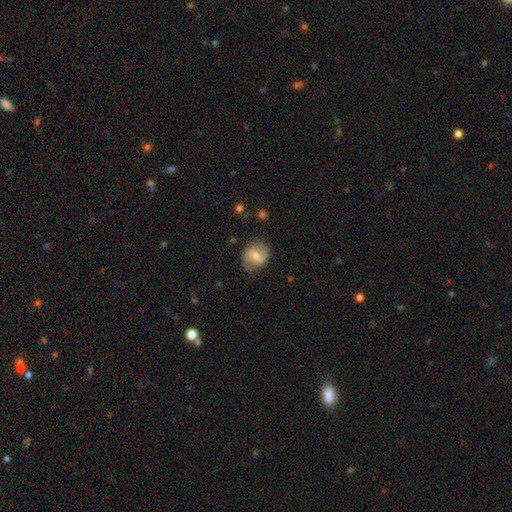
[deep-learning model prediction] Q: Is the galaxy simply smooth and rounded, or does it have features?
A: featured or disk — 55%.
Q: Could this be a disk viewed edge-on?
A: no — 97%.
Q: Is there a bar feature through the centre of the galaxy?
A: weak — 48%.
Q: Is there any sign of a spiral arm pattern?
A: yes — 80%.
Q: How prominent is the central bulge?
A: moderate — 46%.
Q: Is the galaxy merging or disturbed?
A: none — 76%.